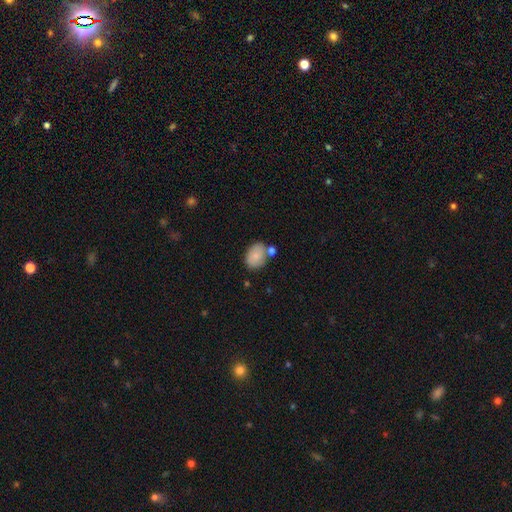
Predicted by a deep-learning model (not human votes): Smooth or featured: smooth — 80% (featured or disk — 12%)
How rounded: in between — 78% (round — 21%)
Merging: none — 59% (merger — 19%)